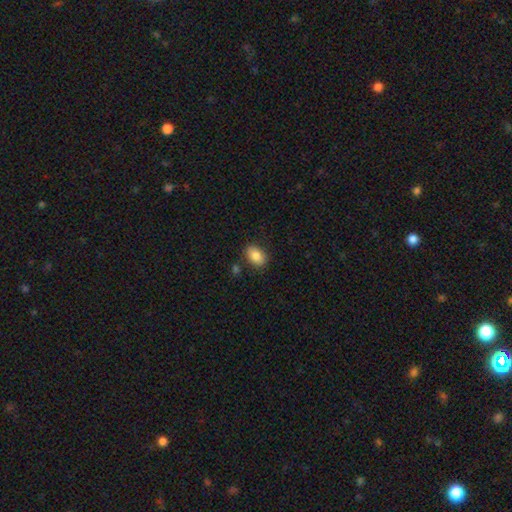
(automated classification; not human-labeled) Q: Smooth or featured?
A: smooth (85%); runner-up: star or artifact (8%)
Q: How rounded?
A: in between (87%); runner-up: round (12%)
Q: Merging?
A: none (82%); runner-up: minor disturbance (11%)